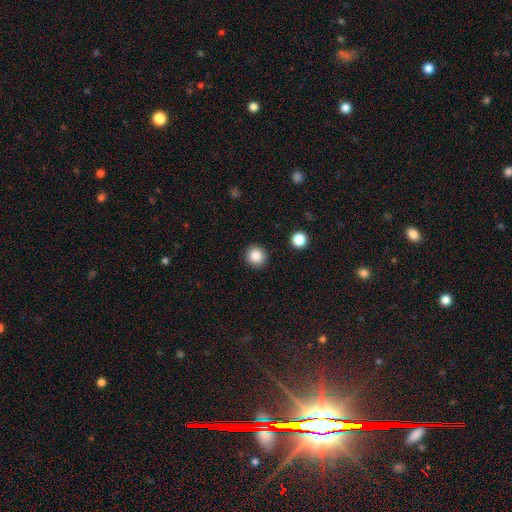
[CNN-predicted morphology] smooth 85%, star or artifact 10%, featured or disk 5%. Down the decision tree: how rounded — round (92%); merging — none (91%).